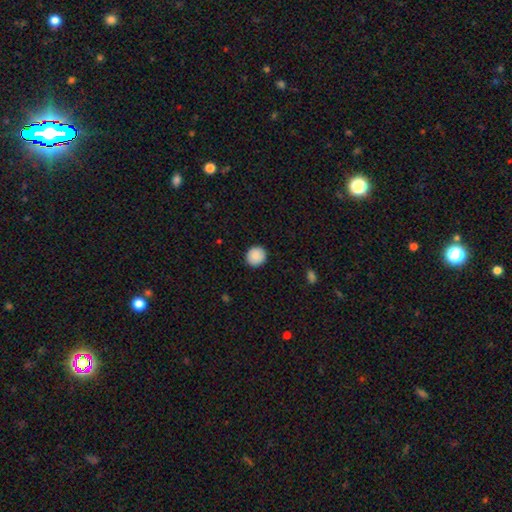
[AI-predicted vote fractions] This is clearly a smooth galaxy (89%). How rounded: clearly round (88%). Merging: clearly none (91%).